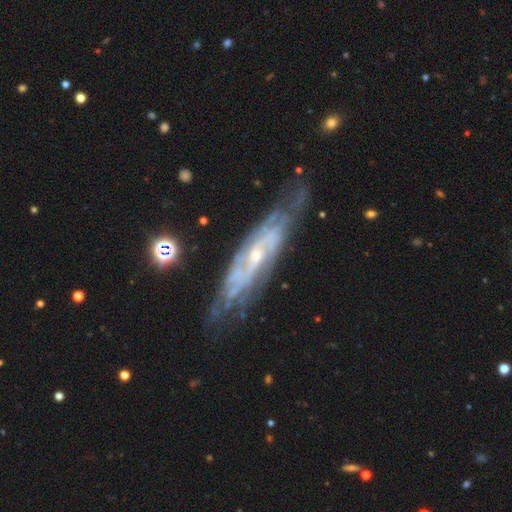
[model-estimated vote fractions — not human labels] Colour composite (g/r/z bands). It shows a featured or disk galaxy (86%) with no bar (46%), tight (58%) spiral arms (94%) and a small central bulge (69%). Merging: none (72%).